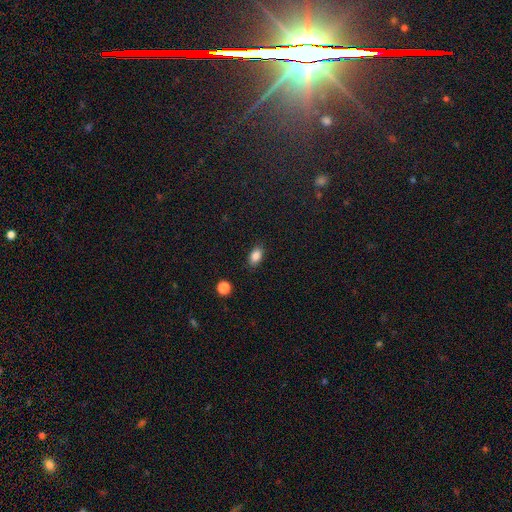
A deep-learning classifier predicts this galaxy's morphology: type=smooth (85%); roundness=in between (89%); merging=none (87%).